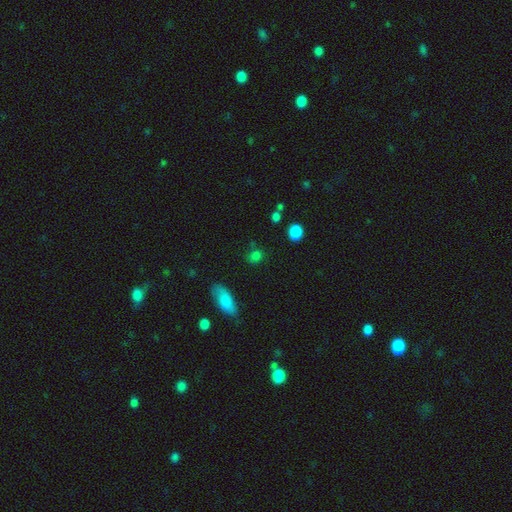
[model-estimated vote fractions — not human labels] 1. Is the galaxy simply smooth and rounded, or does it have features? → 79% smooth, 15% star or artifact, 7% featured or disk.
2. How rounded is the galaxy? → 64% round, 33% in between, 3% cigar-shaped.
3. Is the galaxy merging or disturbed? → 72% none, 15% minor disturbance, 8% merger, 5% major disturbance.